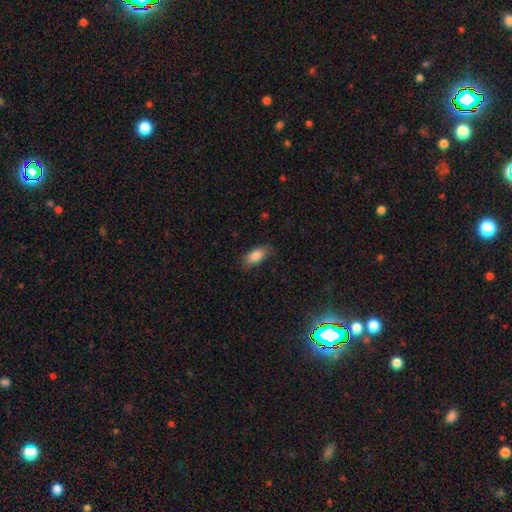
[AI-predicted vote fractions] Smooth or featured?
  - smooth: 85% *
  - featured or disk: 8%
  - star or artifact: 7%
How rounded?
  - in between: 88% *
  - cigar-shaped: 8%
  - round: 4%
Merging?
  - none: 80% *
  - minor disturbance: 15%
  - major disturbance: 4%
  - merger: 1%